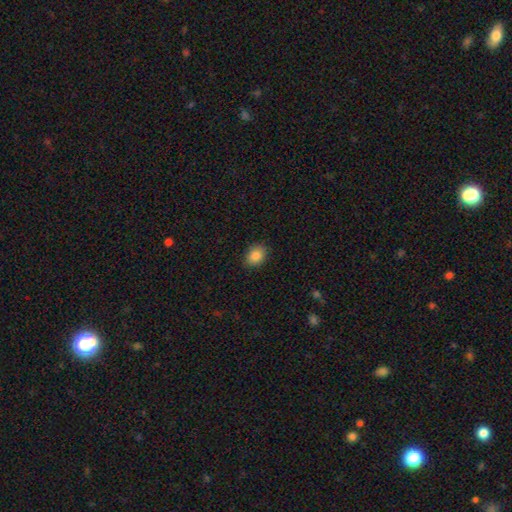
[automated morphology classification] A smooth galaxy with no disk features (86%) that is in between round and cigar-shaped (62%). Merging: none (87%).